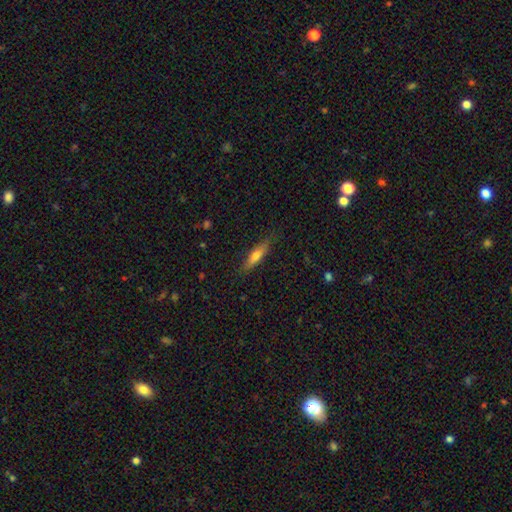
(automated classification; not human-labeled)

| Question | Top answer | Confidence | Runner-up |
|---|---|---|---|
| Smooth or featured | smooth | 65% | featured or disk (28%) |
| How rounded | cigar-shaped | 69% | in between (29%) |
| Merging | none | 81% | minor disturbance (14%) |